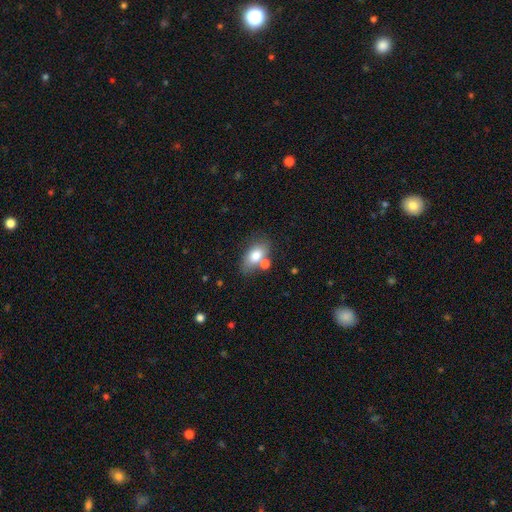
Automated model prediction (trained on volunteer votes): The model was most divided on "merging": none: 60%, merger: 19%, minor disturbance: 16%, major disturbance: 5%. More confident: how rounded — in between (88%); smooth or featured — smooth (77%).